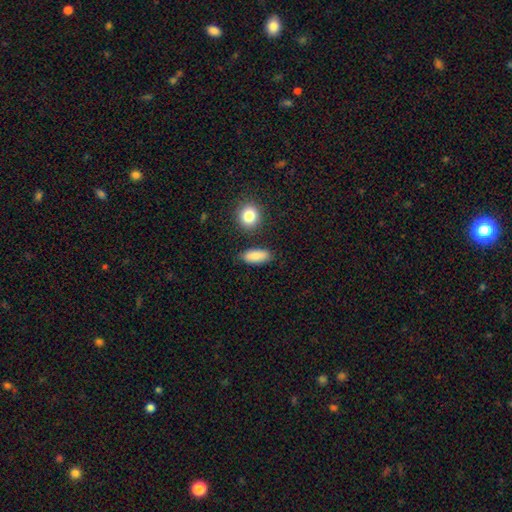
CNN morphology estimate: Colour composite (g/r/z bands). It shows a smooth galaxy with no disk features (87%) that is in between round and cigar-shaped (84%). Merging: none (83%).